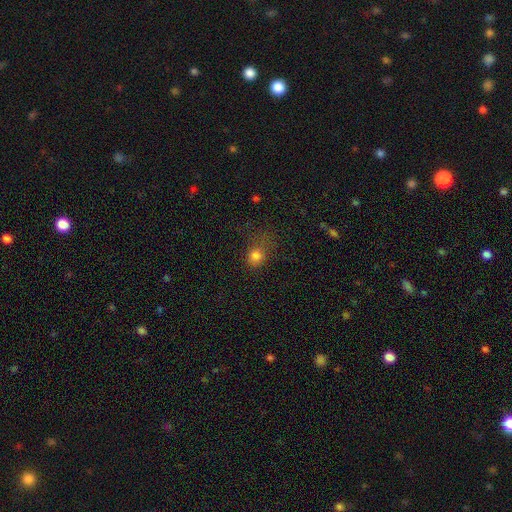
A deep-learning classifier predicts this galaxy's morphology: type=smooth (76%); roundness=round (68%); merging=none (50%).